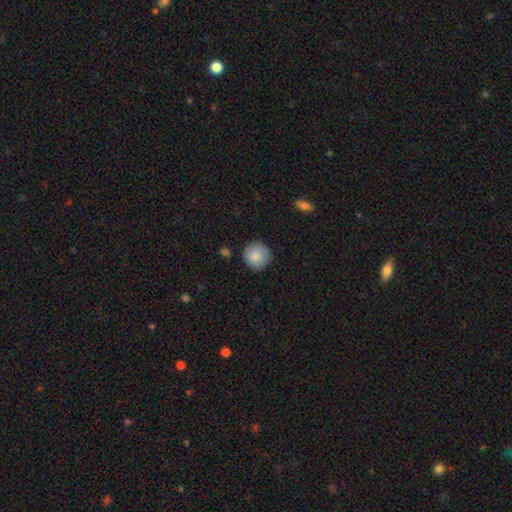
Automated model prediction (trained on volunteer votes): Q: Smooth or featured?
A: smooth (88%); runner-up: star or artifact (7%)
Q: How rounded?
A: round (94%); runner-up: in between (5%)
Q: Merging?
A: none (86%); runner-up: minor disturbance (10%)